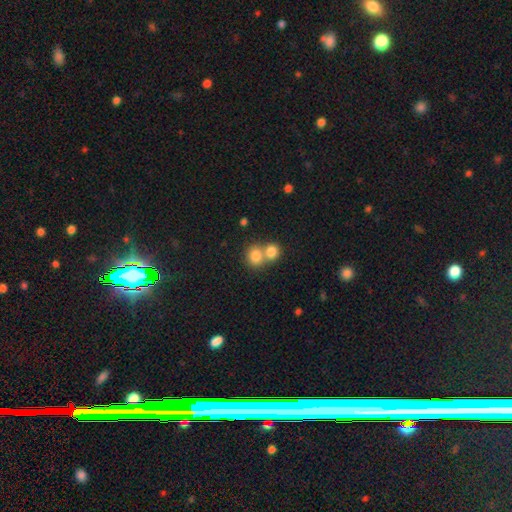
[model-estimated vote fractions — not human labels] smooth-or-featured: smooth: 81% | star or artifact: 10% | featured or disk: 9%
  how-rounded: round: 72% | in between: 27% | cigar-shaped: 1%
  merging: merger: 56% | none: 36% | minor disturbance: 6% | major disturbance: 3%